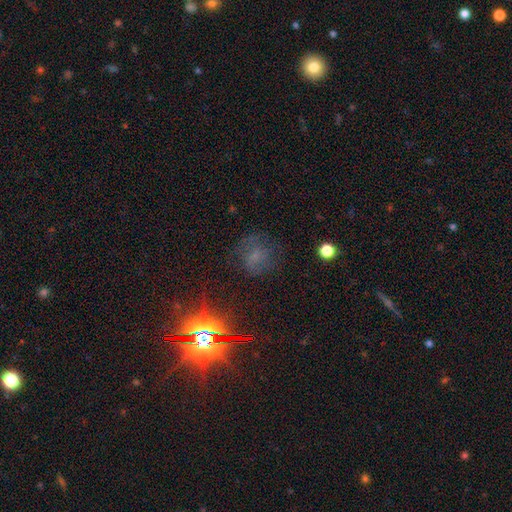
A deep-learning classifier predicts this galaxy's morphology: smooth 42%, star or artifact 34%, featured or disk 24%. Down the decision tree: merging — none (62%).